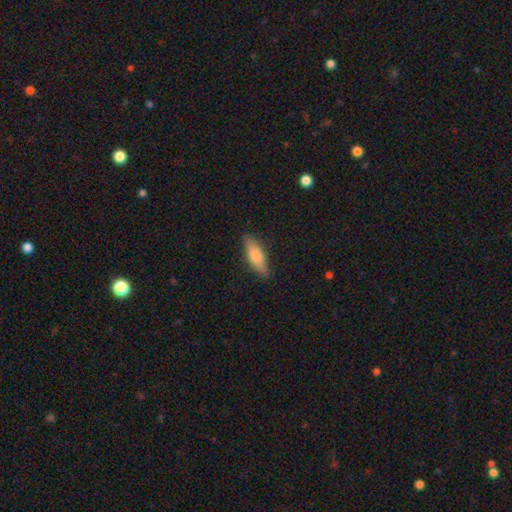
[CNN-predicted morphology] This appears to be a smooth galaxy with no disk features (73%) that is in between round and cigar-shaped (53%). Merging: none (84%).